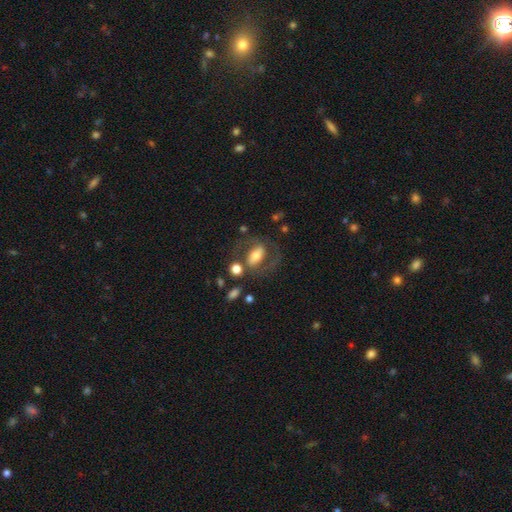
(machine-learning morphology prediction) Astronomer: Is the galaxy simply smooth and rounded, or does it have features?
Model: featured or disk — 49% (runner-up: smooth, 42%).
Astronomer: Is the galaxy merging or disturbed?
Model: none — 54%.